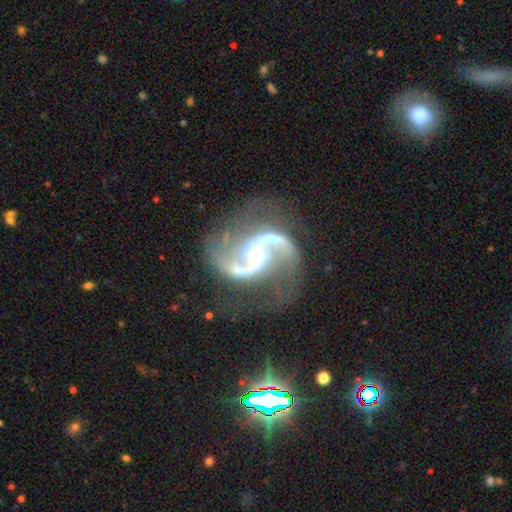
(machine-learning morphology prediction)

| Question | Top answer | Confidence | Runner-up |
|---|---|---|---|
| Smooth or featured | featured or disk | 93% | star or artifact (5%) |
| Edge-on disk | no | 98% | yes (2%) |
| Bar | no | 45% | weak (33%) |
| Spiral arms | yes | 98% | no (2%) |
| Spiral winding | loose | 49% | medium (44%) |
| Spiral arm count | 2 | 93% | 3 (2%) |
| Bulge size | small | 58% | moderate (38%) |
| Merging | none | 68% | minor disturbance (17%) |